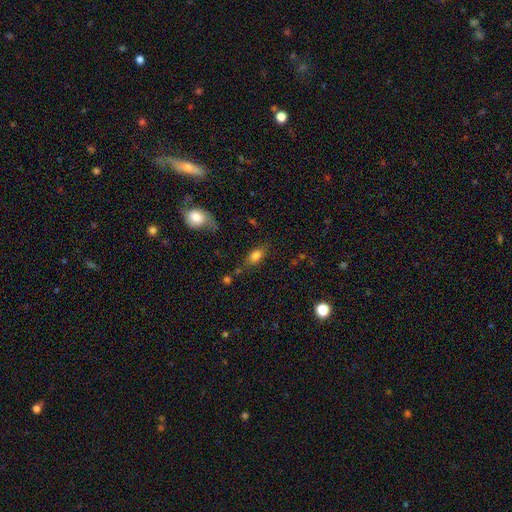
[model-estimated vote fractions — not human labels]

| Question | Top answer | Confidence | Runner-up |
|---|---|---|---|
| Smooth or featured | smooth | 78% | featured or disk (12%) |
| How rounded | in between | 84% | round (9%) |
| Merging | none | 71% | minor disturbance (17%) |